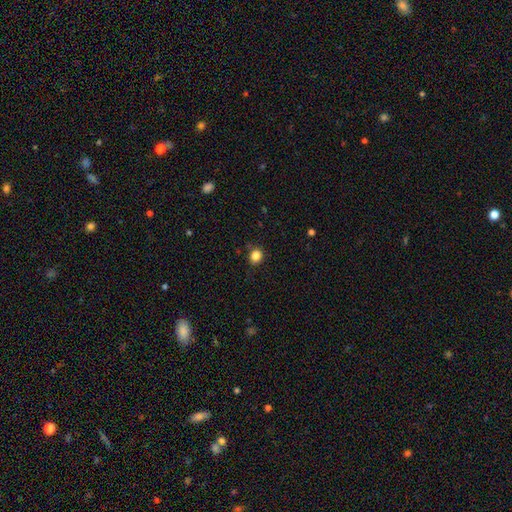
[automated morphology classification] smooth-or-featured: smooth: 84% | star or artifact: 12% | featured or disk: 4%
  how-rounded: round: 67% | in between: 32% | cigar-shaped: 1%
  merging: none: 86% | minor disturbance: 10% | major disturbance: 2% | merger: 1%